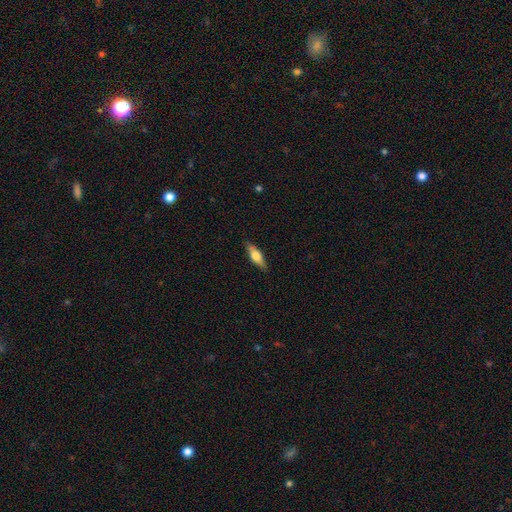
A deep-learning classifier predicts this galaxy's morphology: Q: Smooth or featured?
A: smooth (55%); runner-up: featured or disk (38%)
Q: How rounded?
A: in between (50%); runner-up: cigar-shaped (47%)
Q: Merging?
A: none (85%); runner-up: minor disturbance (11%)